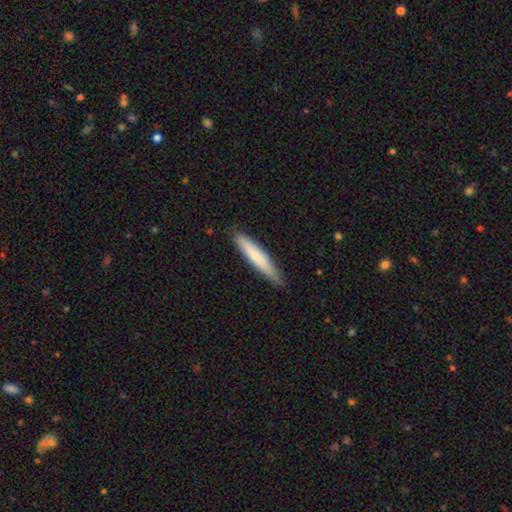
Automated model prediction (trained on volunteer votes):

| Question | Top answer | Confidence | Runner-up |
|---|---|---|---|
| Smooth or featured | smooth | 71% | featured or disk (24%) |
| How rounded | cigar-shaped | 92% | in between (7%) |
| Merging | none | 84% | minor disturbance (13%) |